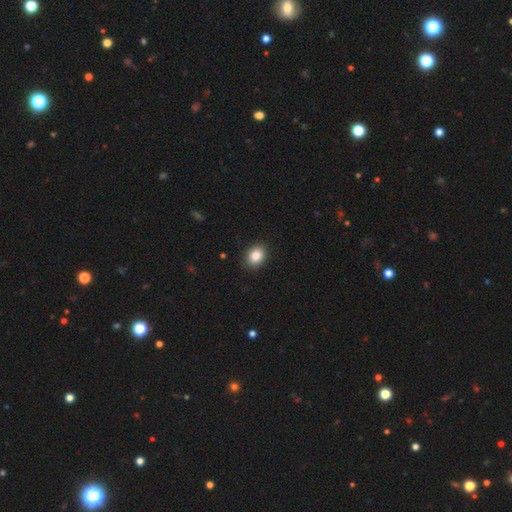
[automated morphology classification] Smooth or featured? Predicted: smooth (p=0.86). How rounded? Predicted: in between (p=0.57). Merging? Predicted: none (p=0.89).